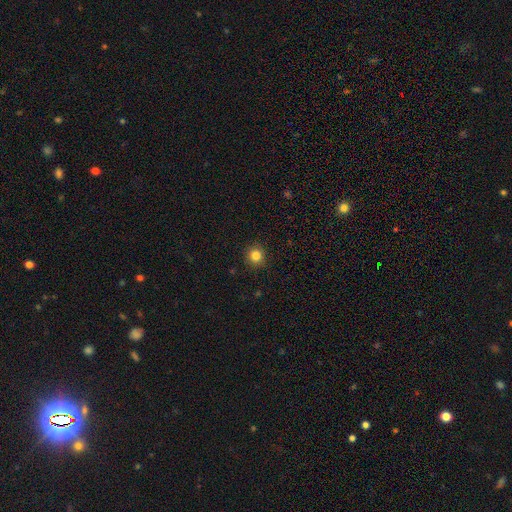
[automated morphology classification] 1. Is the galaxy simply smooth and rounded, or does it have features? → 83% smooth, 12% star or artifact, 5% featured or disk.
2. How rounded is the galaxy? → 93% round, 6% in between, 1% cigar-shaped.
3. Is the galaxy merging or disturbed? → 91% none, 6% minor disturbance, 2% major disturbance, 1% merger.